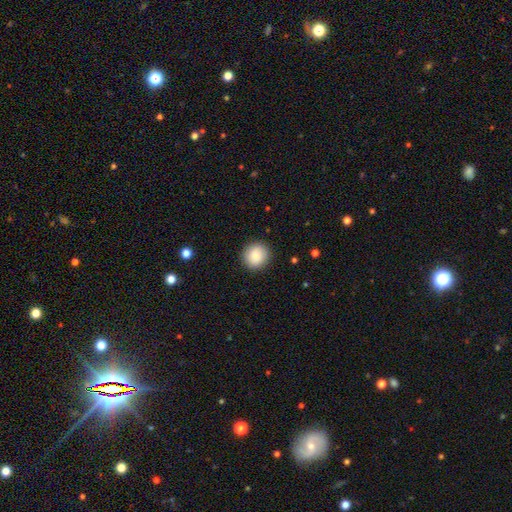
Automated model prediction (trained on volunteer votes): A smooth galaxy with no disk features (86%) that is round (89%).

Vote fractions:
- Smooth or featured? smooth: 86% / star or artifact: 8% / featured or disk: 6%
- How rounded? round: 89% / in between: 10% / cigar-shaped: 1%
- Merging? none: 91% / minor disturbance: 6% / major disturbance: 2% / merger: 1%